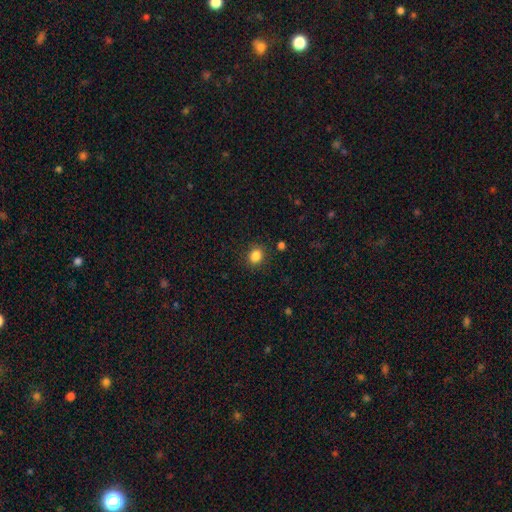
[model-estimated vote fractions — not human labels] Smooth or featured? smooth (85%)
How rounded? round (68%)
Merging? none (88%)